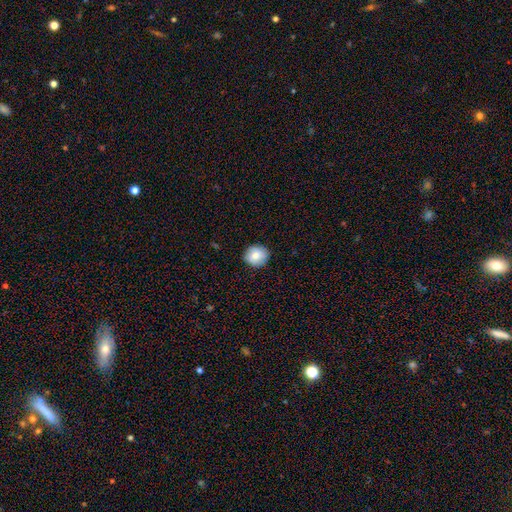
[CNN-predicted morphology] smooth-or-featured: smooth: 77% | featured or disk: 14% | star or artifact: 8%
  how-rounded: round: 89% | in between: 10% | cigar-shaped: 1%
  merging: none: 88% | minor disturbance: 10% | major disturbance: 2% | merger: 1%